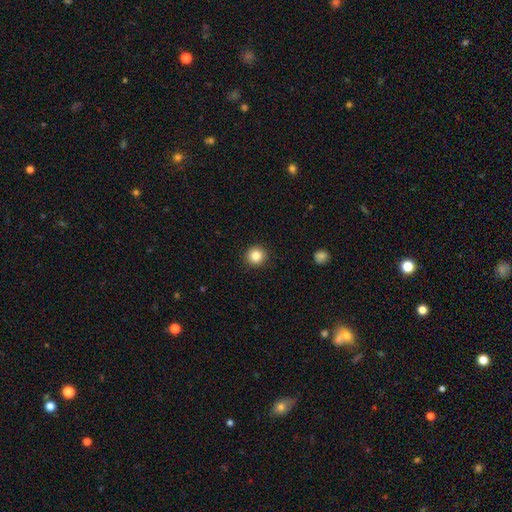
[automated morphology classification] This is clearly a smooth galaxy (86%). How rounded: clearly round (94%). Merging: clearly none (92%).